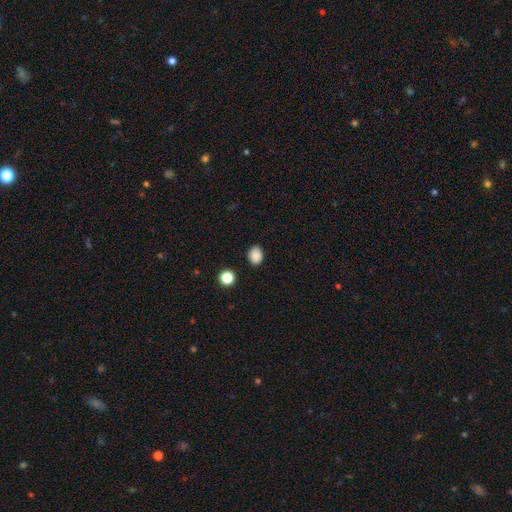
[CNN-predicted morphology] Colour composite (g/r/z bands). It shows a smooth galaxy with no disk features (86%) that is in between round and cigar-shaped (51%). Merging: none (85%).